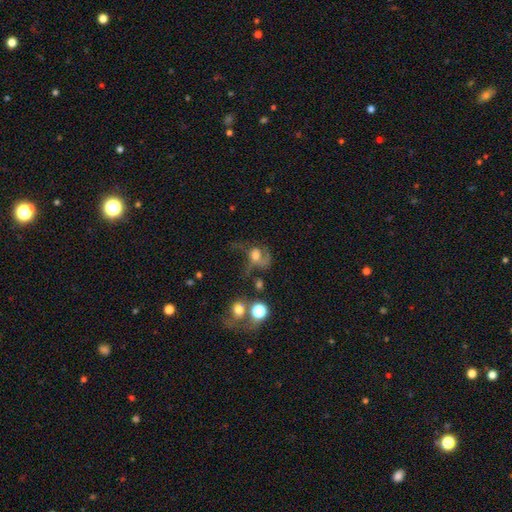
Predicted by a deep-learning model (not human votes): The model was most divided on "smooth or featured": featured or disk: 49%, smooth: 38%, star or artifact: 13%. Remaining: merging — major disturbance (48%).